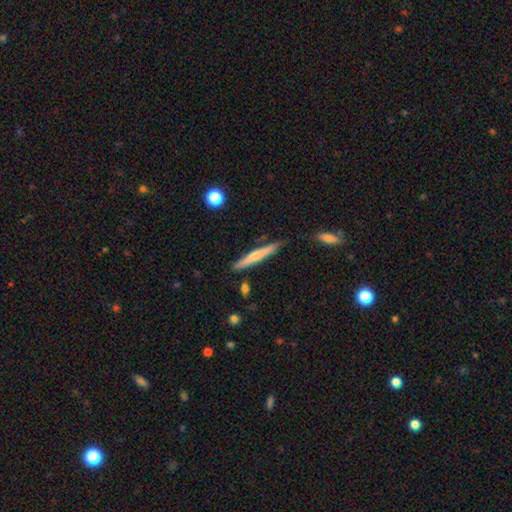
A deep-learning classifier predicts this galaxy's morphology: Smooth or featured? smooth (54%)
How rounded? cigar-shaped (94%)
Merging? none (82%)